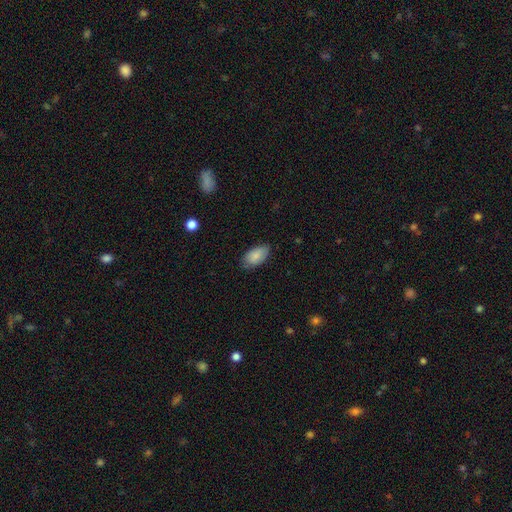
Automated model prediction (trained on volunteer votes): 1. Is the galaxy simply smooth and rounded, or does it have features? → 84% smooth, 9% featured or disk, 6% star or artifact.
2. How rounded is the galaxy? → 94% in between, 4% round, 3% cigar-shaped.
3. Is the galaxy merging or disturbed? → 74% none, 21% minor disturbance, 3% major disturbance, 1% merger.